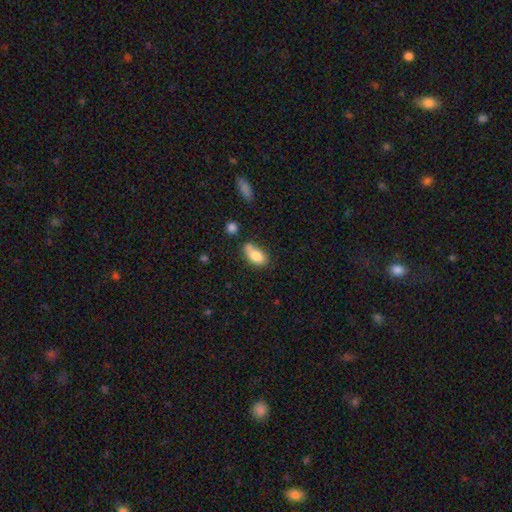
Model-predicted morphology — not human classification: Smooth or featured? smooth (80%)
How rounded? in between (89%)
Merging? none (48%)